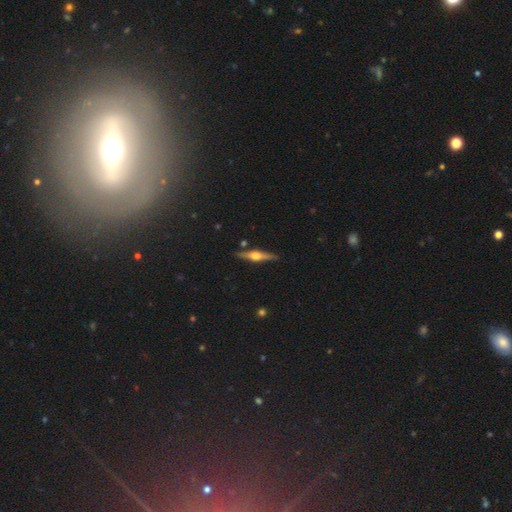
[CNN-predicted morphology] smooth_or_featured: featured or disk (p=0.77) [alt: smooth p=0.17]
disk_edge_on: yes (p=0.98) [alt: no p=0.02]
edge_on_bulge: rounded (p=0.93) [alt: boxy p=0.05]
merging: none (p=0.89) [alt: minor disturbance p=0.07]